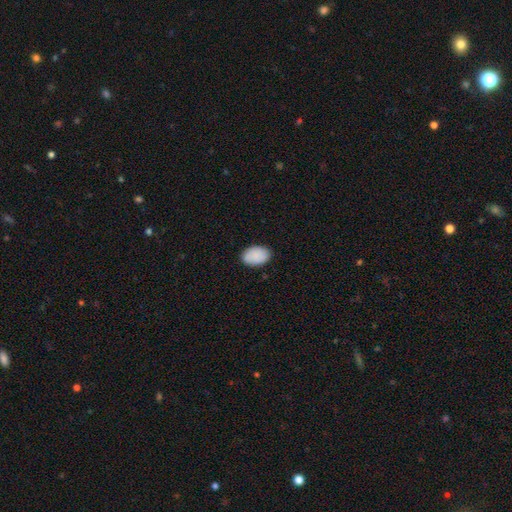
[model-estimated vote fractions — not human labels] This is clearly a smooth galaxy (90%). How rounded: clearly in between (90%). Merging: clearly none (88%).